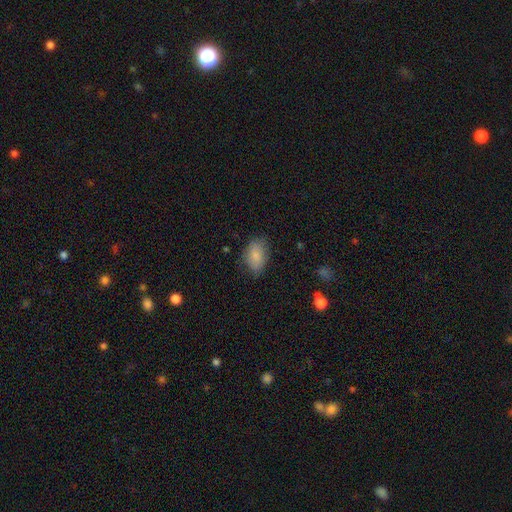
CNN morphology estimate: smooth_or_featured: smooth (p=0.84) [alt: featured or disk p=0.09]
how_rounded: in between (p=0.89) [alt: round p=0.09]
merging: none (p=0.72) [alt: minor disturbance p=0.22]